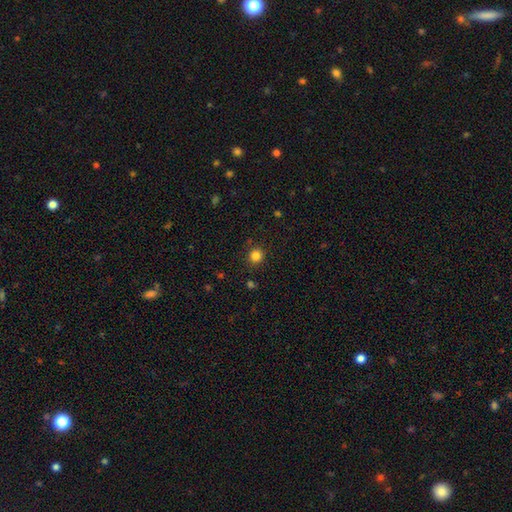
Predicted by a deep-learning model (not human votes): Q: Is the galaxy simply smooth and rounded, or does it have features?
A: smooth — 83%.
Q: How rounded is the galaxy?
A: round — 92%.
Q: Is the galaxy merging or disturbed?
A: none — 89%.